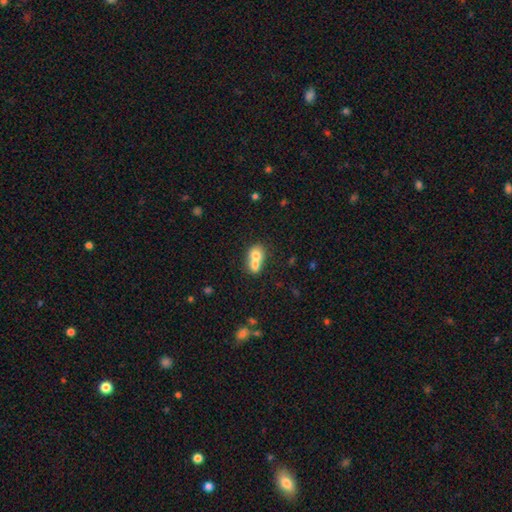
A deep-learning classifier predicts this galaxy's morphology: This is likely a smooth galaxy (68%). How rounded: possibly in between (51%). Merging: likely merger (73%).